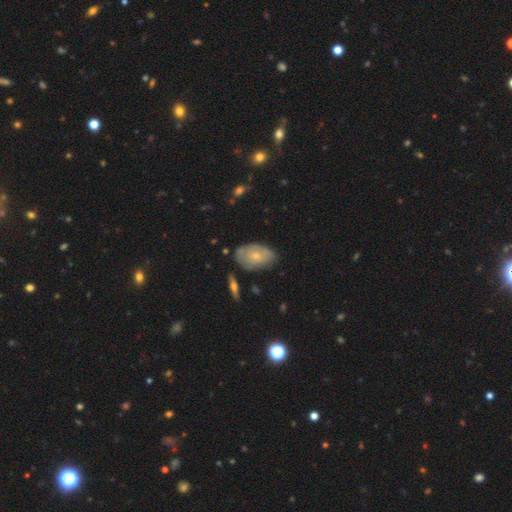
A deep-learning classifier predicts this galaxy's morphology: This is possibly a smooth galaxy (51%). How rounded: clearly in between (89%). Merging: likely none (62%).